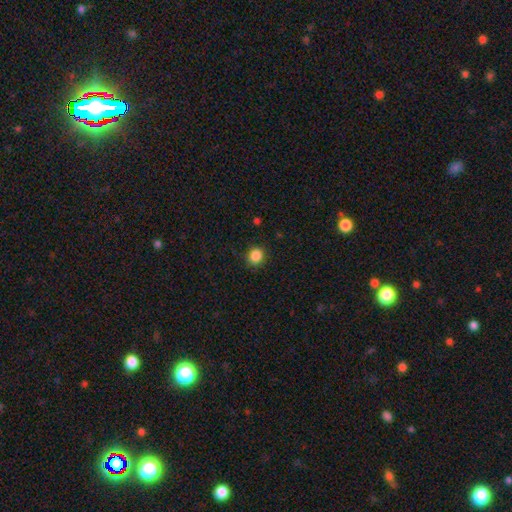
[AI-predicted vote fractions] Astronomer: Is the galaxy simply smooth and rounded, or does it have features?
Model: smooth — 86%.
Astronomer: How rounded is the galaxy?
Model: round — 80%.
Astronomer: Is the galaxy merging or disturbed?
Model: none — 89%.